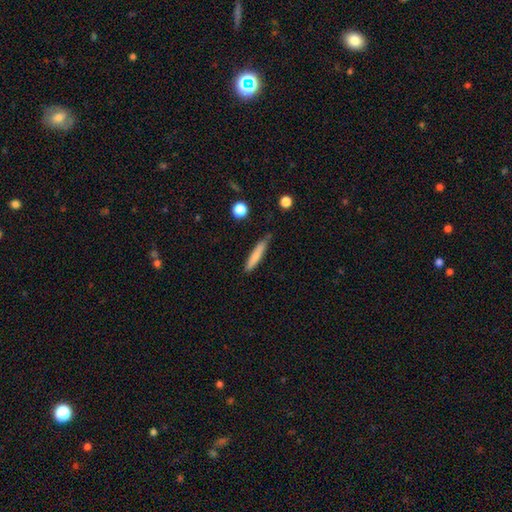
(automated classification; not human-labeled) Q: Smooth or featured?
A: smooth (77%); runner-up: featured or disk (16%)
Q: How rounded?
A: cigar-shaped (91%); runner-up: in between (7%)
Q: Merging?
A: none (73%); runner-up: minor disturbance (21%)